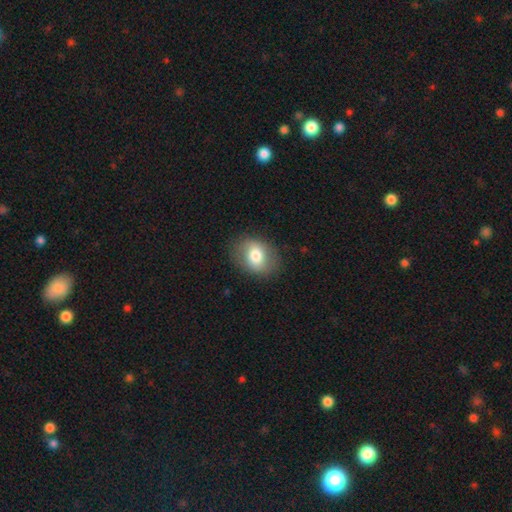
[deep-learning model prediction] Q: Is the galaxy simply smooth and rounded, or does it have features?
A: smooth — 74%.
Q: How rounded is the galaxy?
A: in between — 65%.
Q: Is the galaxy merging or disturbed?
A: none — 82%.